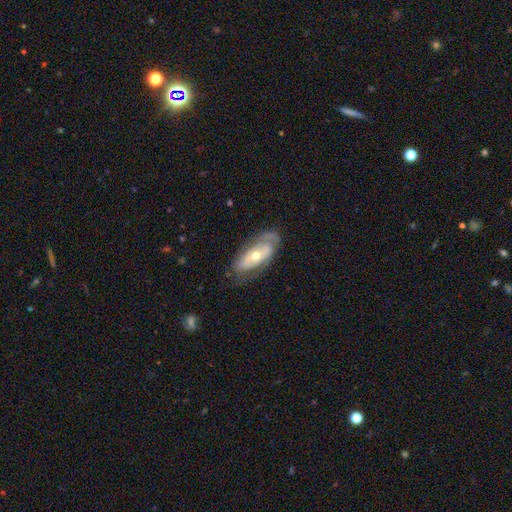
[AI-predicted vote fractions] Smooth or featured? Predicted: featured or disk (p=0.71). Edge-on disk? Predicted: no (p=0.86). Bar? Predicted: no (p=0.70). Spiral arms? Predicted: yes (p=0.68). Bulge size? Predicted: moderate (p=0.57). Merging? Predicted: none (p=0.67).